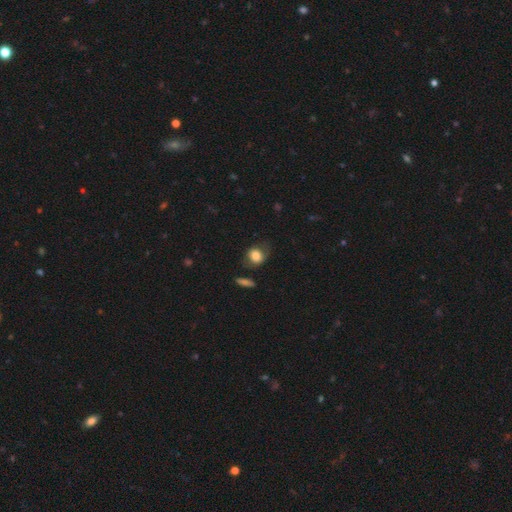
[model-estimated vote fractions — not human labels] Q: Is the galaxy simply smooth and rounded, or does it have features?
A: smooth — 78%.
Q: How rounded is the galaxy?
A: round — 52%.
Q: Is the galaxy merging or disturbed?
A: none — 54%.